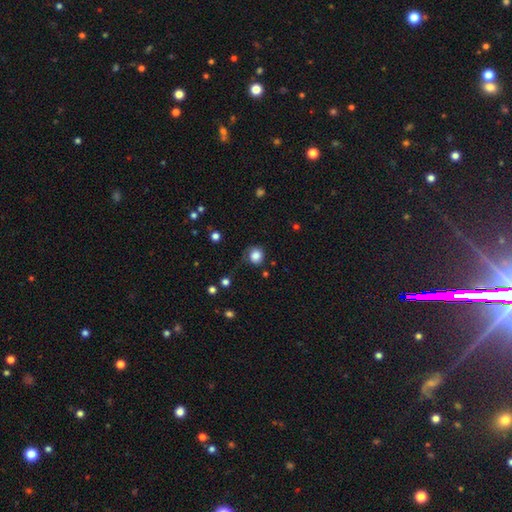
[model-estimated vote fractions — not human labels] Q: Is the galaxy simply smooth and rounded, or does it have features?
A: smooth — 83%.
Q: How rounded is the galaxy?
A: round — 84%.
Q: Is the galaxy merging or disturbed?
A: none — 64%.